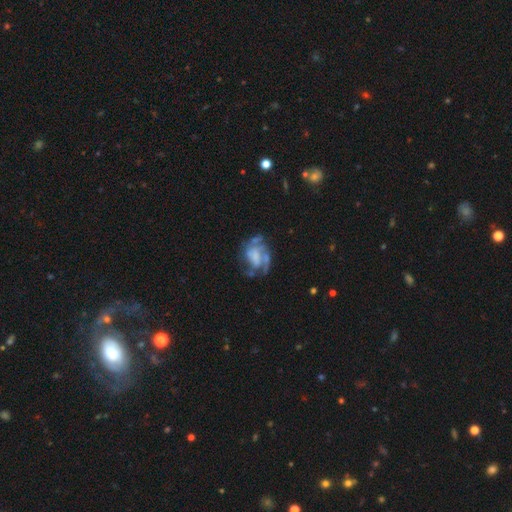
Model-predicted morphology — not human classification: Q: Smooth or featured?
A: featured or disk (70%); runner-up: smooth (22%)
Q: Edge-on disk?
A: no (98%); runner-up: yes (2%)
Q: Bar?
A: no (64%); runner-up: weak (27%)
Q: Spiral arms?
A: yes (72%); runner-up: no (28%)
Q: Bulge size?
A: none (42%); runner-up: moderate (20%)
Q: Merging?
A: none (40%); runner-up: major disturbance (32%)